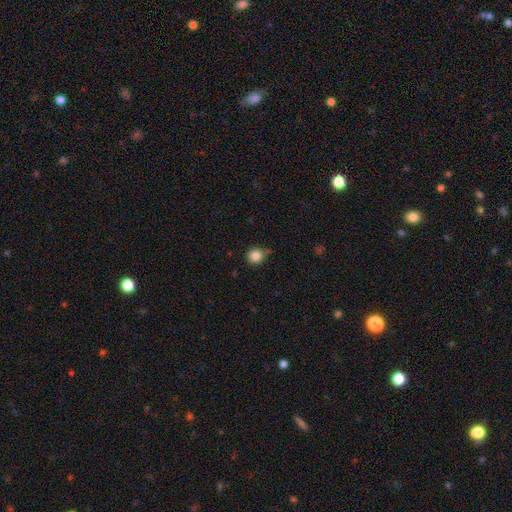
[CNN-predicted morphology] This appears to be a smooth galaxy with no disk features (85%) that is round (89%). Merging: none (73%).